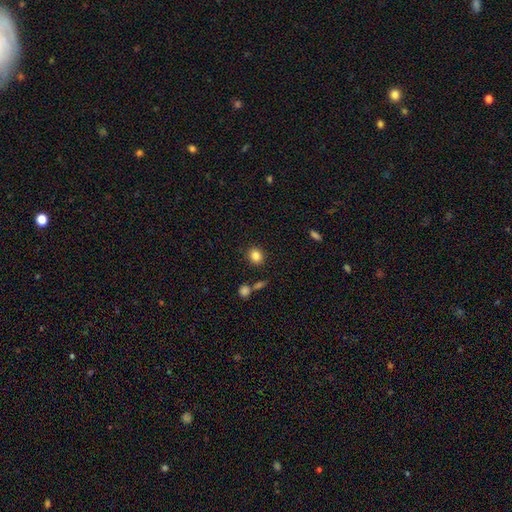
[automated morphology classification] A smooth galaxy with no disk features (84%) that is round (76%).

Vote fractions:
- Smooth or featured? smooth: 84% / star or artifact: 10% / featured or disk: 5%
- How rounded? round: 76% / in between: 23% / cigar-shaped: 1%
- Merging? none: 86% / minor disturbance: 8% / merger: 4% / major disturbance: 3%